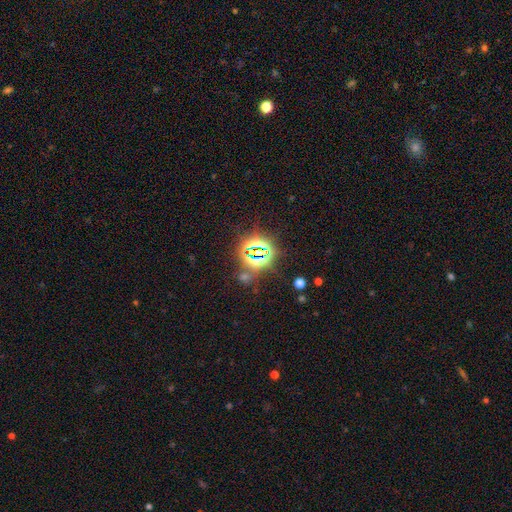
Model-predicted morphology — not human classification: Q: Smooth or featured?
A: star or artifact (76%); runner-up: smooth (16%)